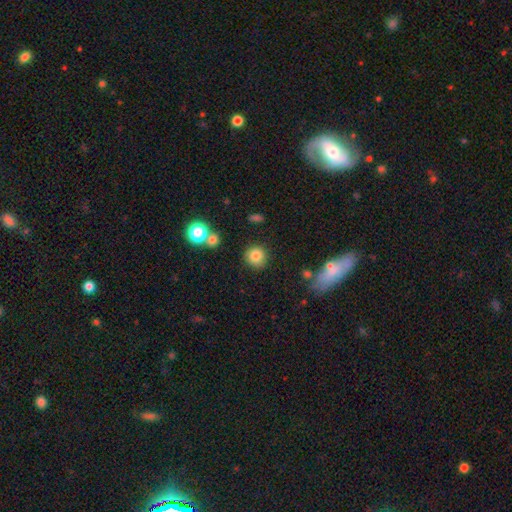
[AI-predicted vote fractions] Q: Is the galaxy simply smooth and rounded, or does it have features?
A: smooth — 83%.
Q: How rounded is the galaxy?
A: round — 90%.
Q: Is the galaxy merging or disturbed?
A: none — 85%.